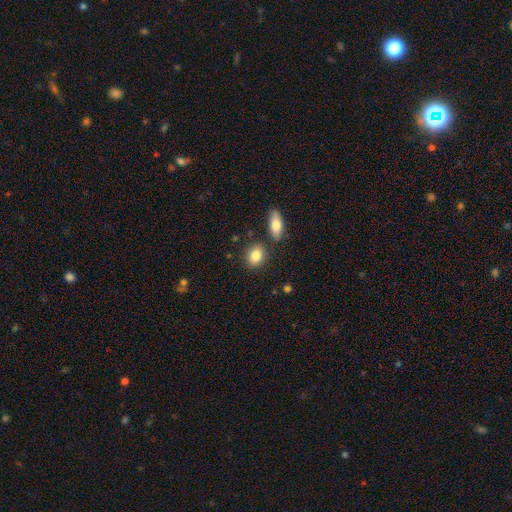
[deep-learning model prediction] Smooth or featured? smooth (85%)
How rounded? in between (57%)
Merging? none (79%)